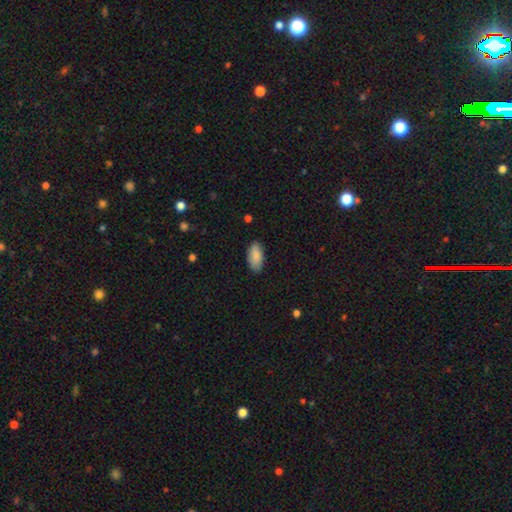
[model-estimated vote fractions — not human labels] The model was most divided on "merging": none: 82%, minor disturbance: 14%, major disturbance: 2%, merger: 1%. More confident: how rounded — in between (92%); smooth or featured — smooth (88%).